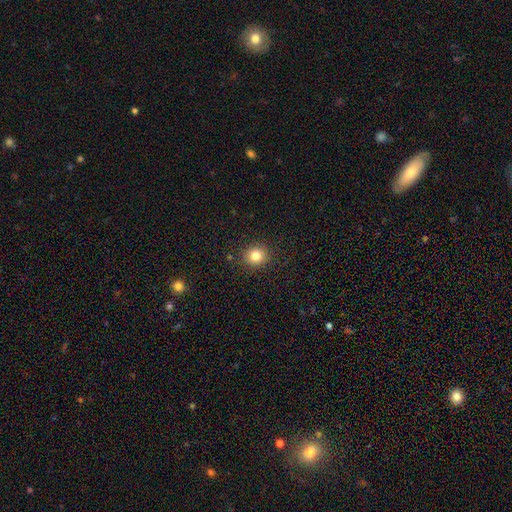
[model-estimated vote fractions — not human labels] smooth-or-featured: smooth: 82% | star or artifact: 12% | featured or disk: 6%
  how-rounded: round: 84% | in between: 15% | cigar-shaped: 1%
  merging: none: 89% | minor disturbance: 7% | major disturbance: 2% | merger: 1%